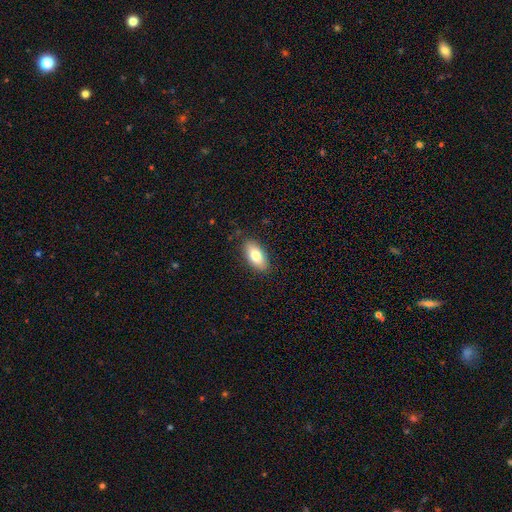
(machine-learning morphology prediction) Smooth or featured? smooth (80%)
How rounded? in between (91%)
Merging? none (87%)